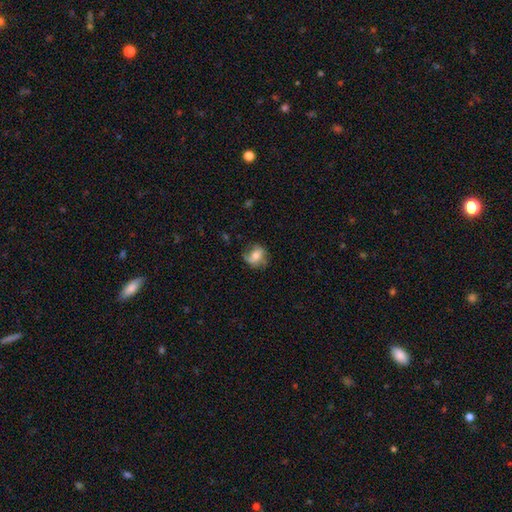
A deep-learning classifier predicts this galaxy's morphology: smooth_or_featured: smooth (p=0.47) [alt: featured or disk p=0.44]
merging: none (p=0.64) [alt: minor disturbance p=0.24]